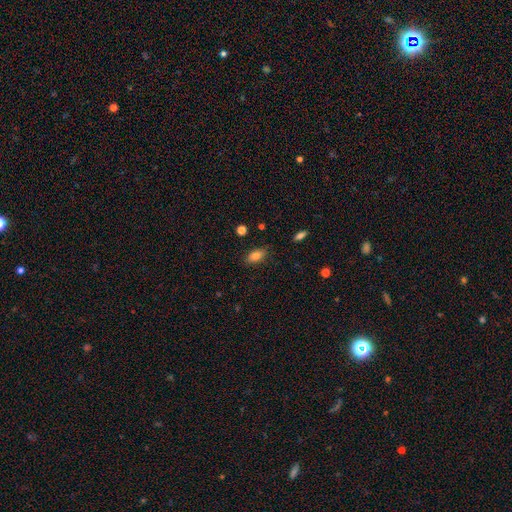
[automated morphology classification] Smooth or featured? smooth (82%)
How rounded? in between (86%)
Merging? none (85%)